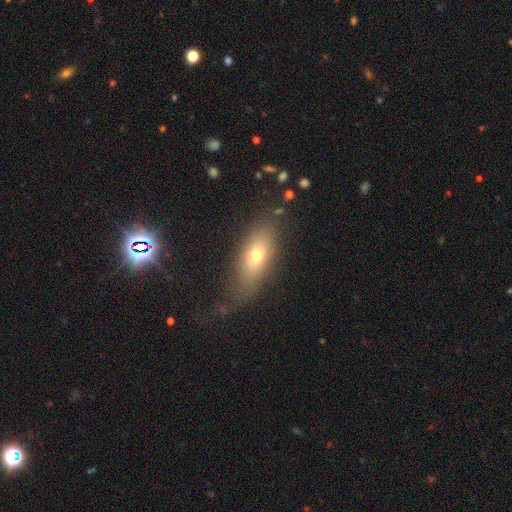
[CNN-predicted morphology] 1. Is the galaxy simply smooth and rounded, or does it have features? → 68% smooth, 21% featured or disk, 10% star or artifact.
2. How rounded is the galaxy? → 76% in between, 18% cigar-shaped, 6% round.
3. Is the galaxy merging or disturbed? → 66% none, 20% minor disturbance, 12% major disturbance, 2% merger.